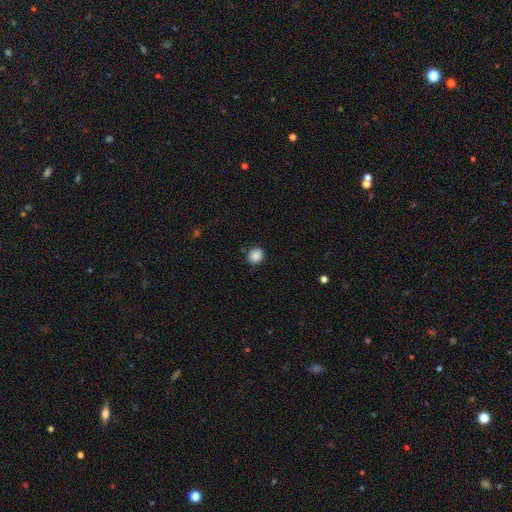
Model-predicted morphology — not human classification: smooth_or_featured: smooth (p=0.88) [alt: star or artifact p=0.09]
how_rounded: round (p=0.70) [alt: in between p=0.30]
merging: none (p=0.84) [alt: minor disturbance p=0.12]